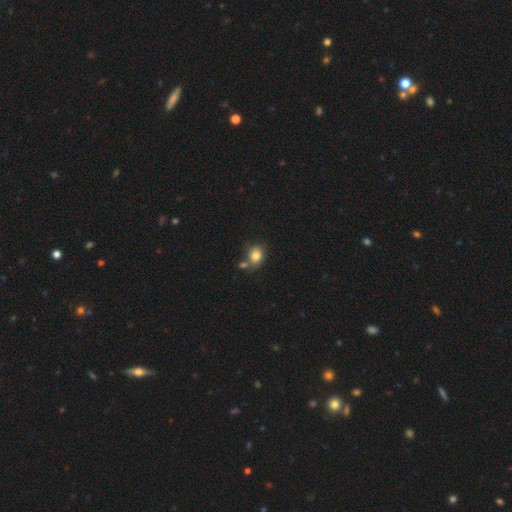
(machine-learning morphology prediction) This is clearly a smooth galaxy (83%). How rounded: possibly round (55%). Merging: possibly none (57%).